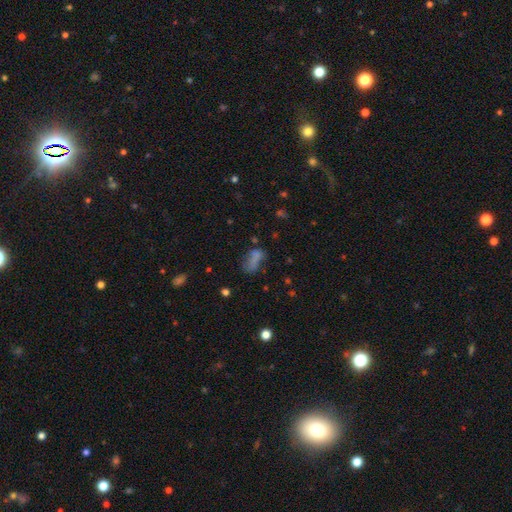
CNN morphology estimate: The model was most divided on "merging": none: 41%, minor disturbance: 25%, major disturbance: 24%, merger: 10%. More confident: how rounded — in between (79%); smooth or featured — smooth (64%).